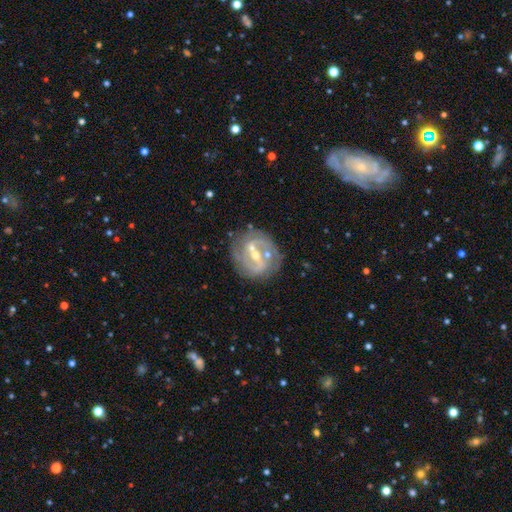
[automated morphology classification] smooth_or_featured: featured or disk (p=0.85) [alt: smooth p=0.08]
disk_edge_on: no (p=0.97) [alt: yes p=0.03]
bar: strong (p=0.41) [alt: weak p=0.40]
has_spiral_arms: yes (p=0.91) [alt: no p=0.09]
spiral_winding: medium (p=0.49) [alt: tight p=0.31]
spiral_arm_count: 2 (p=0.82) [alt: can't tell p=0.07]
bulge_size: small (p=0.51) [alt: moderate p=0.46]
merging: none (p=0.71) [alt: minor disturbance p=0.13]